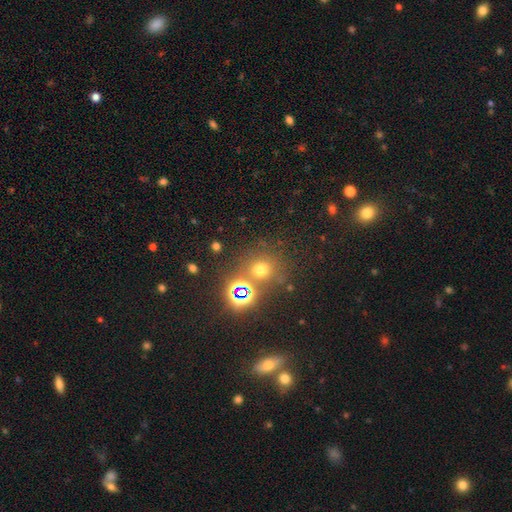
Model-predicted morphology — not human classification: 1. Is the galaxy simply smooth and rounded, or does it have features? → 47% star or artifact, 43% smooth, 9% featured or disk.